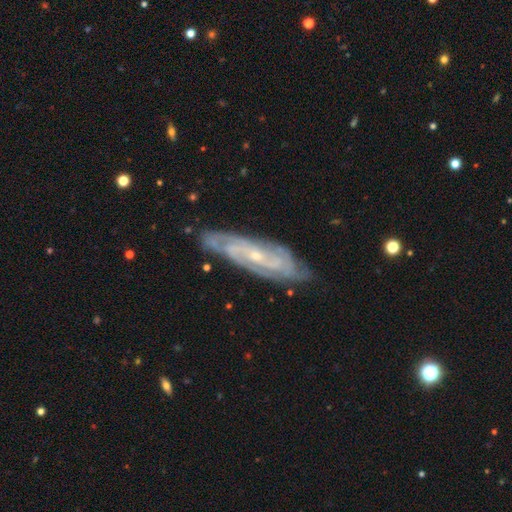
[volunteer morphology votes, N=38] This appears to be a featured or disk galaxy (92%) with no bar (70%), 3 (45%) tight (76%) spiral arms (97%) and a small central bulge (87%). Merging: none (80%).